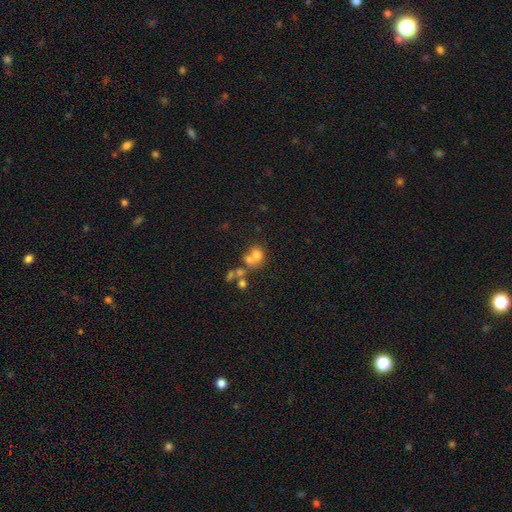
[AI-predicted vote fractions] This is likely a smooth galaxy (63%). How rounded: likely round (72%). Merging: possibly merger (50%).